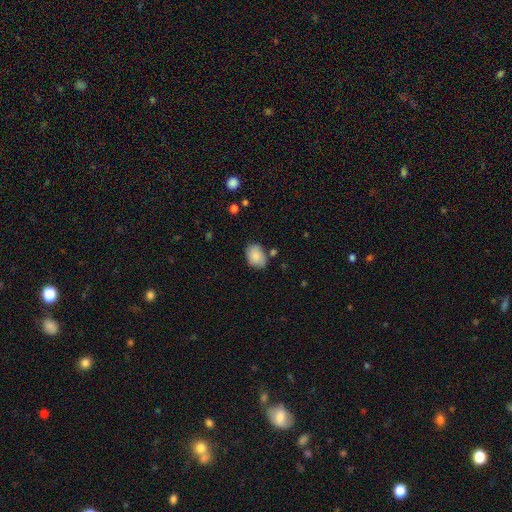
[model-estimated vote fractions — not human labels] smooth-or-featured: smooth: 87% | star or artifact: 7% | featured or disk: 6%
  how-rounded: in between: 78% | round: 21% | cigar-shaped: 1%
  merging: none: 72% | minor disturbance: 19% | merger: 5% | major disturbance: 4%